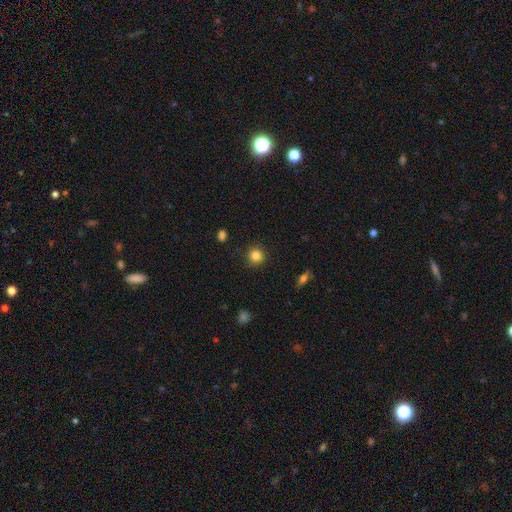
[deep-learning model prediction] This appears to be a smooth galaxy with no disk features (84%) that is round (93%). Merging: none (89%).